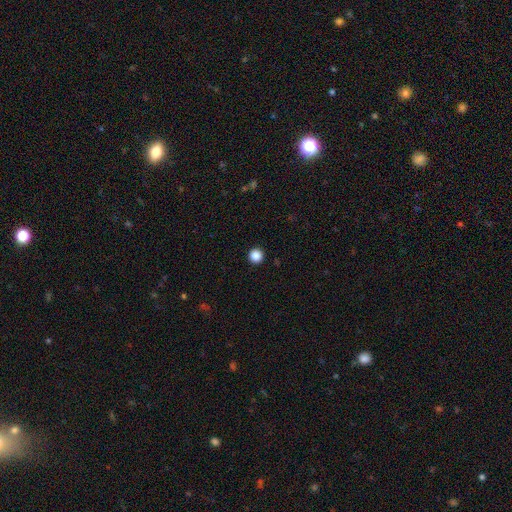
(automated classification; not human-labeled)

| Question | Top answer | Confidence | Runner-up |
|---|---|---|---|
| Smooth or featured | smooth | 87% | star or artifact (10%) |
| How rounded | round | 97% | in between (2%) |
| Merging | none | 94% | minor disturbance (4%) |